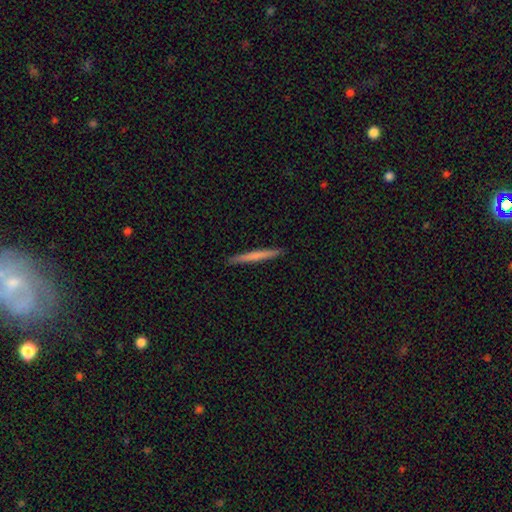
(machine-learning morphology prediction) type=smooth (63%); roundness=cigar-shaped (97%); merging=none (92%).